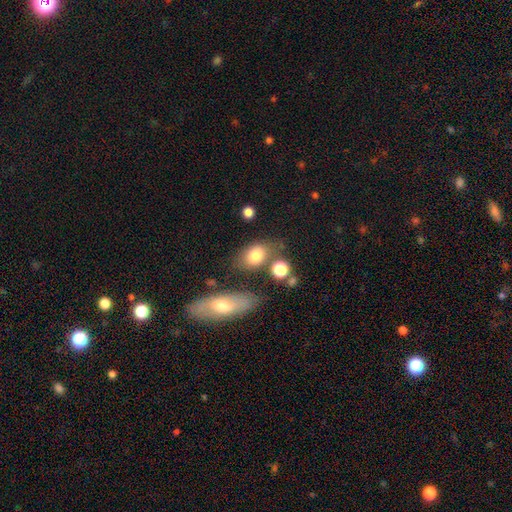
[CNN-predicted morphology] Smooth or featured?
  - smooth: 79% *
  - featured or disk: 12%
  - star or artifact: 9%
How rounded?
  - in between: 75% *
  - round: 22%
  - cigar-shaped: 3%
Merging?
  - none: 62% *
  - minor disturbance: 17%
  - merger: 15%
  - major disturbance: 7%